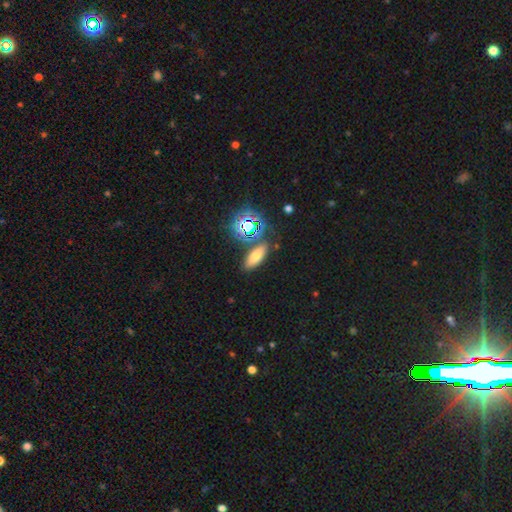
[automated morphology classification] Smooth or featured?
  - smooth: 62% *
  - star or artifact: 27%
  - featured or disk: 10%
How rounded?
  - in between: 67% *
  - cigar-shaped: 22%
  - round: 11%
Merging?
  - none: 79% *
  - minor disturbance: 10%
  - merger: 7%
  - major disturbance: 4%